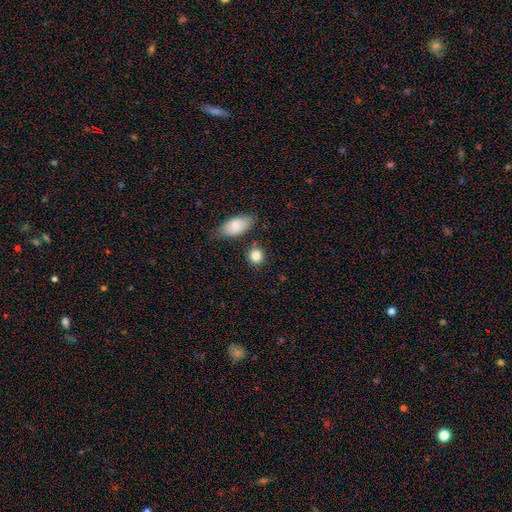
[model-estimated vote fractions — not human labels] Q: Smooth or featured?
A: smooth (85%); runner-up: star or artifact (9%)
Q: How rounded?
A: round (74%); runner-up: in between (24%)
Q: Merging?
A: none (80%); runner-up: minor disturbance (10%)